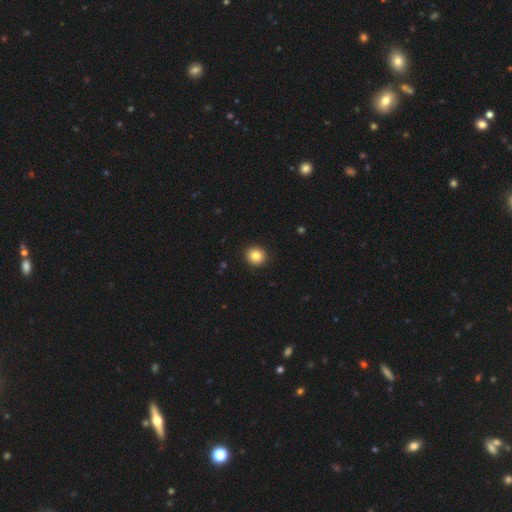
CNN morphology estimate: Smooth or featured? smooth (84%)
How rounded? round (90%)
Merging? none (92%)